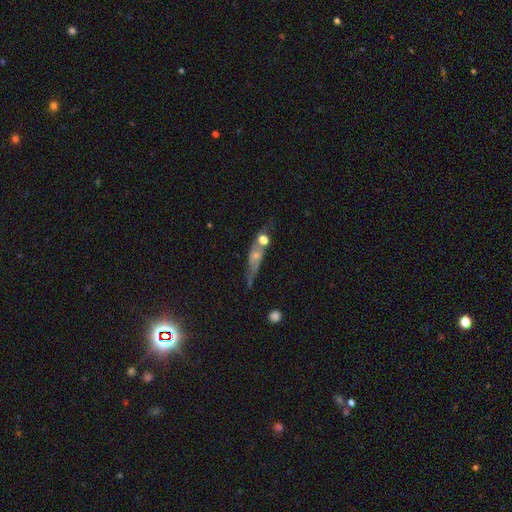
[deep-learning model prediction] Morphology: type=featured or disk (46%); merging=none (45%).